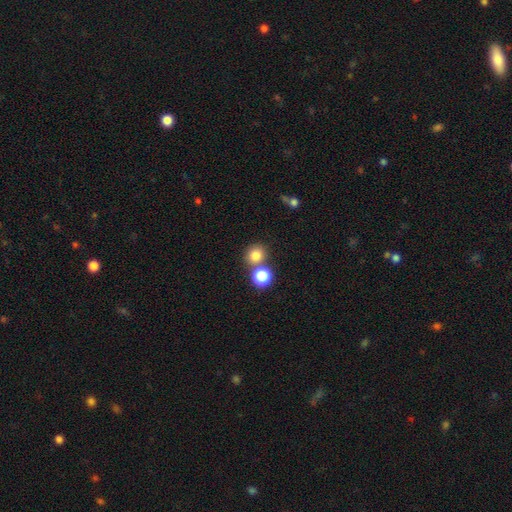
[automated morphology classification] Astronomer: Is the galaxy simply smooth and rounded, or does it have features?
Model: smooth — 80%.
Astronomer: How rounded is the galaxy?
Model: round — 84%.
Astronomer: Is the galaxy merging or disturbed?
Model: none — 64%.